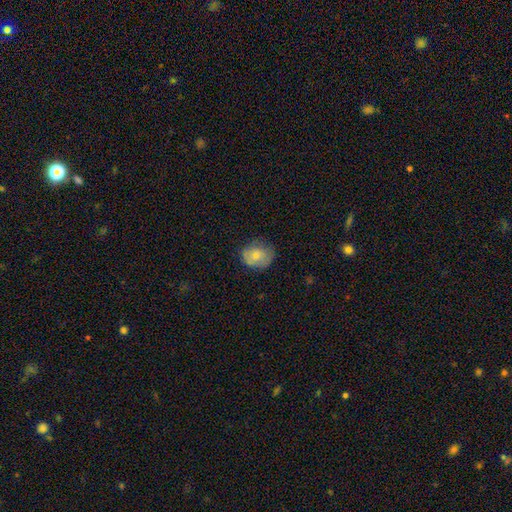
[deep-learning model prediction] smooth-or-featured: smooth: 75% | featured or disk: 17% | star or artifact: 8%
  how-rounded: round: 63% | in between: 36% | cigar-shaped: 1%
  merging: none: 68% | minor disturbance: 24% | major disturbance: 7% | merger: 1%